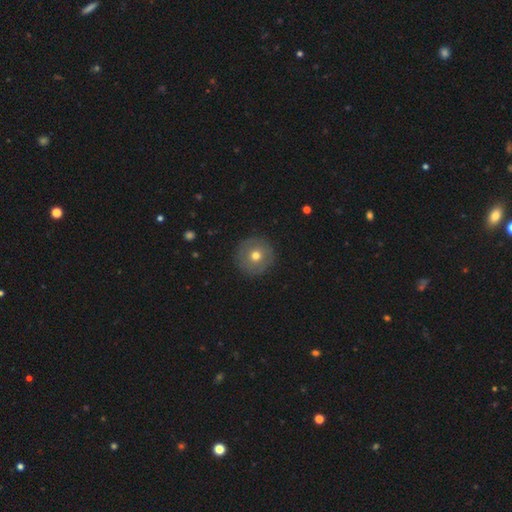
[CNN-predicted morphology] smooth-or-featured: smooth: 66% | featured or disk: 24% | star or artifact: 10%
  how-rounded: round: 96% | in between: 3% | cigar-shaped: 1%
  merging: none: 91% | minor disturbance: 6% | major disturbance: 2% | merger: 1%